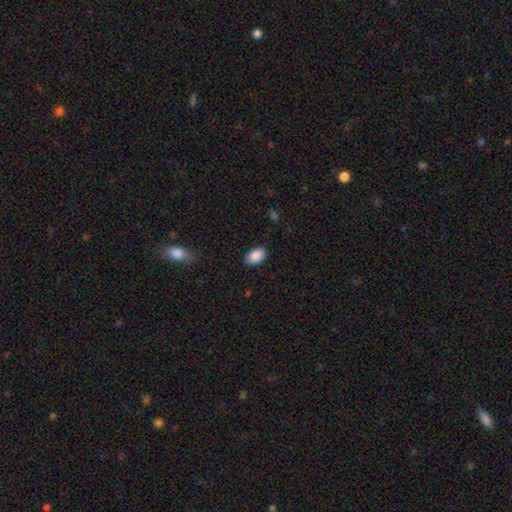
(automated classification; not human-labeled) This appears to be a smooth galaxy with no disk features (89%) that is in between round and cigar-shaped (92%). Merging: none (87%).